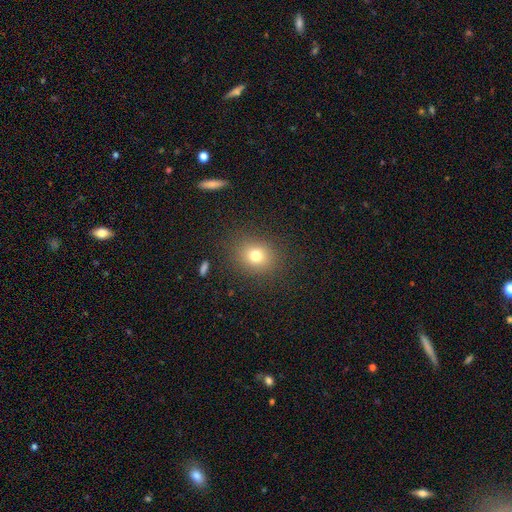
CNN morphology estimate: Smooth or featured? smooth (76%)
How rounded? round (68%)
Merging? none (86%)